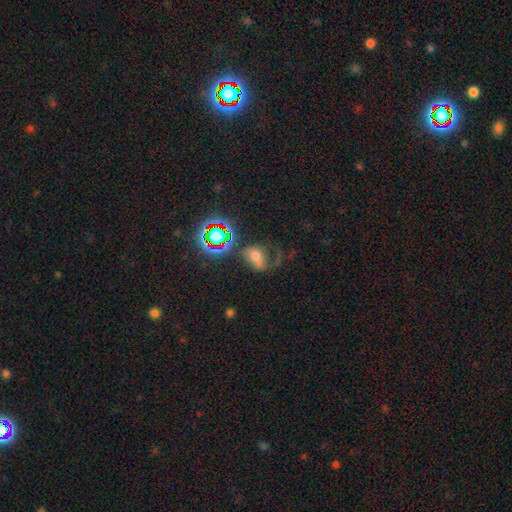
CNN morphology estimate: Smooth or featured?
  - smooth: 44% *
  - featured or disk: 30%
  - star or artifact: 26%
Merging?
  - major disturbance: 36% *
  - none: 33%
  - minor disturbance: 22%
  - merger: 9%